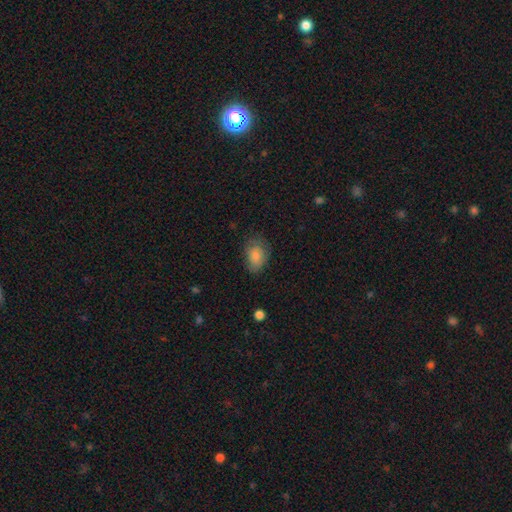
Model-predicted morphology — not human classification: Smooth or featured?
  - smooth: 82% *
  - featured or disk: 10%
  - star or artifact: 8%
How rounded?
  - in between: 81% *
  - round: 18%
  - cigar-shaped: 1%
Merging?
  - none: 65% *
  - minor disturbance: 26%
  - major disturbance: 9%
  - merger: 1%